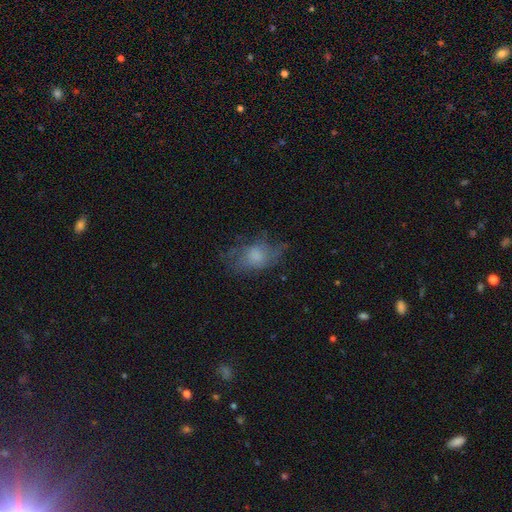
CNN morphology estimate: The model was most divided on "smooth or featured": smooth: 54%, featured or disk: 34%, star or artifact: 12%. Remaining: how rounded — in between (80%); merging — none (49%).